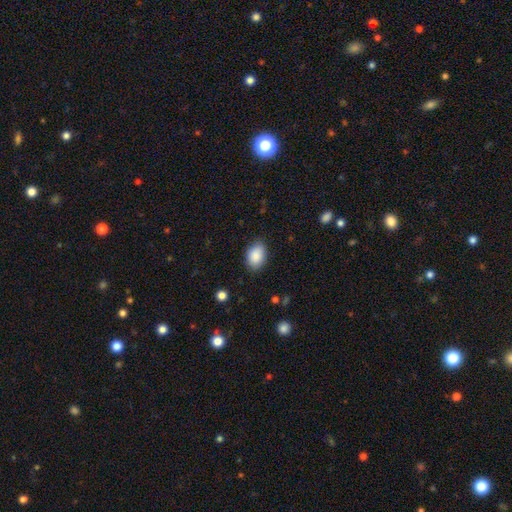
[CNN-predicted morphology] smooth_or_featured: smooth (p=0.89) [alt: star or artifact p=0.07]
how_rounded: in between (p=0.84) [alt: round p=0.15]
merging: none (p=0.83) [alt: minor disturbance p=0.13]